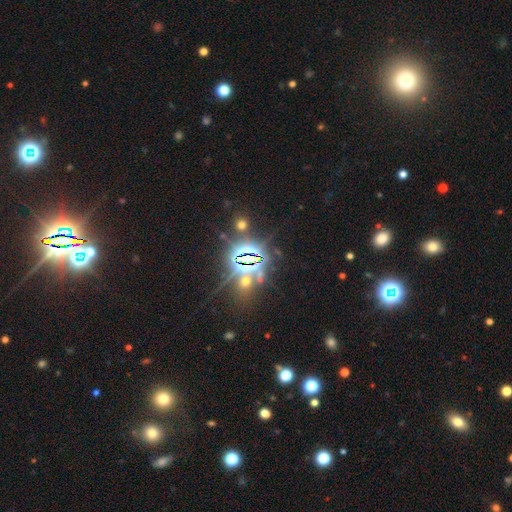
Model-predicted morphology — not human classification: This is clearly a star or artifact rather than a galaxy (84%).